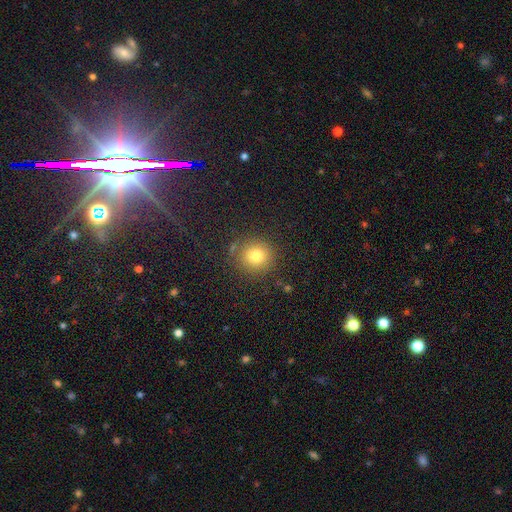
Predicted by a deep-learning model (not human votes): Smooth or featured? Predicted: smooth (p=0.78). How rounded? Predicted: round (p=0.91). Merging? Predicted: none (p=0.85).